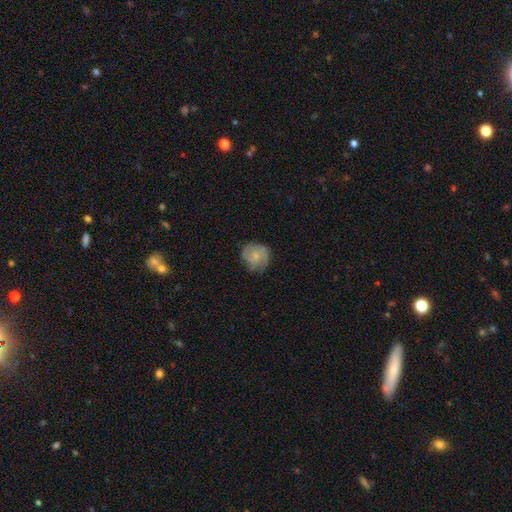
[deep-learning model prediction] This appears to be a smooth galaxy with no disk features (47%). Merging: none (70%).